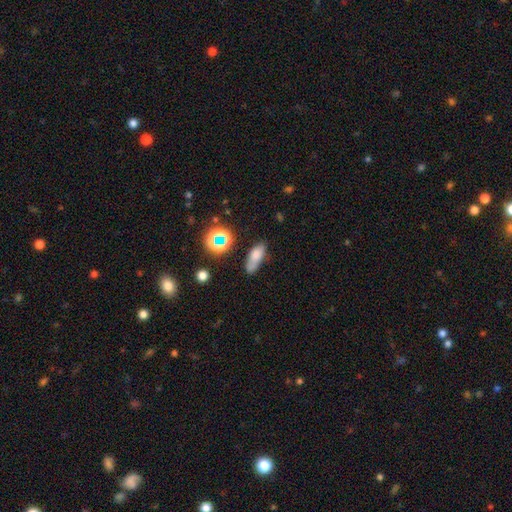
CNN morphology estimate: The model was most divided on "merging": none: 55%, minor disturbance: 25%, merger: 10%, major disturbance: 10%. More confident: smooth or featured — smooth (71%); how rounded — in between (69%).